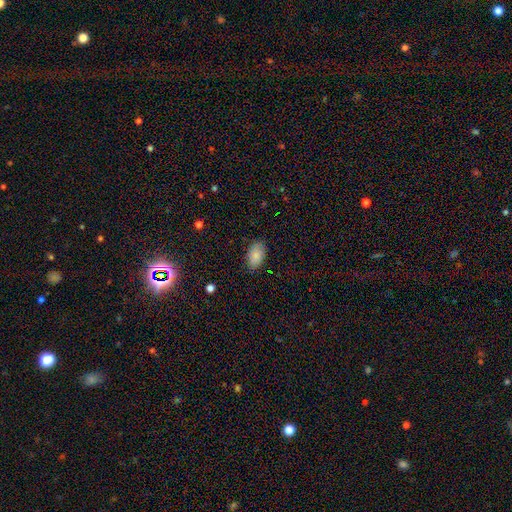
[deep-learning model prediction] Smooth or featured? smooth (84%)
How rounded? in between (93%)
Merging? none (82%)